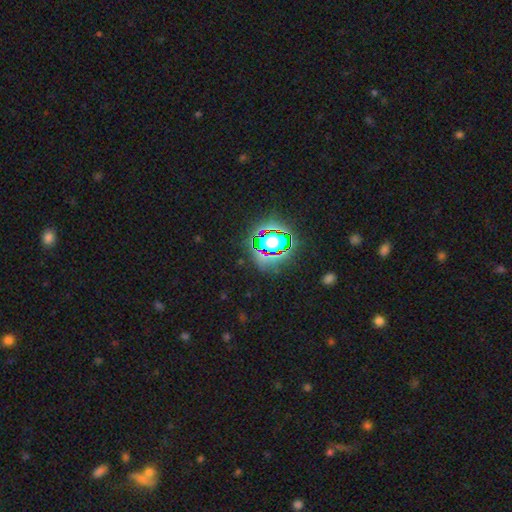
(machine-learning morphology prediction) Q: Smooth or featured?
A: star or artifact (77%); runner-up: smooth (15%)